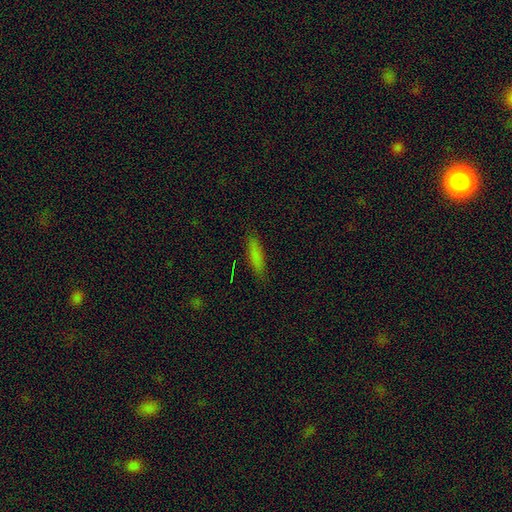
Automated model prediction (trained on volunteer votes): A smooth galaxy with no disk features (78%) that is cigar-shaped (68%).

Vote fractions:
- Smooth or featured? smooth: 78% / featured or disk: 12% / star or artifact: 10%
- How rounded? cigar-shaped: 68% / in between: 29% / round: 2%
- Merging? none: 86% / minor disturbance: 11% / major disturbance: 2% / merger: 1%